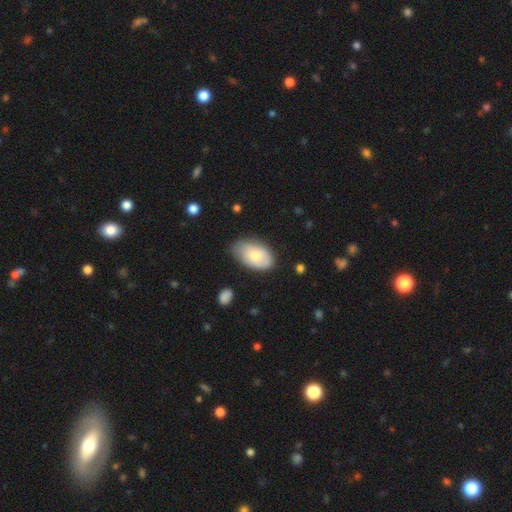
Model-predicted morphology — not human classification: The model was most divided on "merging": none: 62%, minor disturbance: 29%, major disturbance: 6%, merger: 2%. More confident: how rounded — in between (93%); smooth or featured — smooth (72%).